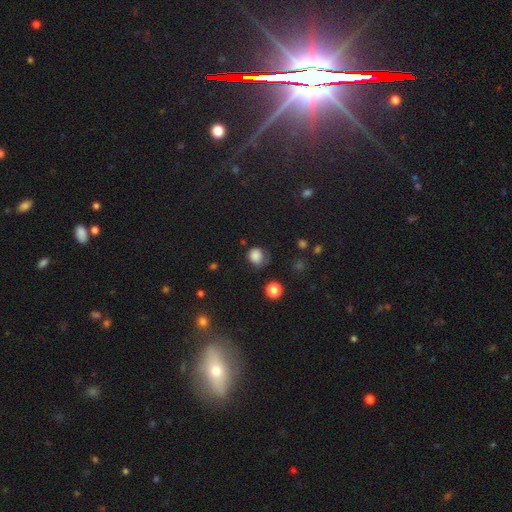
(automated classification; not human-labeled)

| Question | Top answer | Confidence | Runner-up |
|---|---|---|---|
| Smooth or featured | smooth | 83% | star or artifact (12%) |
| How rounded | round | 76% | in between (23%) |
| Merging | none | 58% | minor disturbance (28%) |